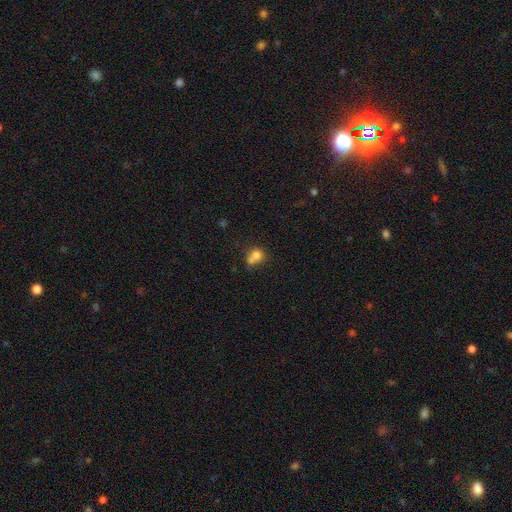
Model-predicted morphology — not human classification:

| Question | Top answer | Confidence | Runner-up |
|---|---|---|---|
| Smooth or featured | smooth | 72% | featured or disk (15%) |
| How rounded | round | 73% | in between (26%) |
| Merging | merger | 54% | none (32%) |